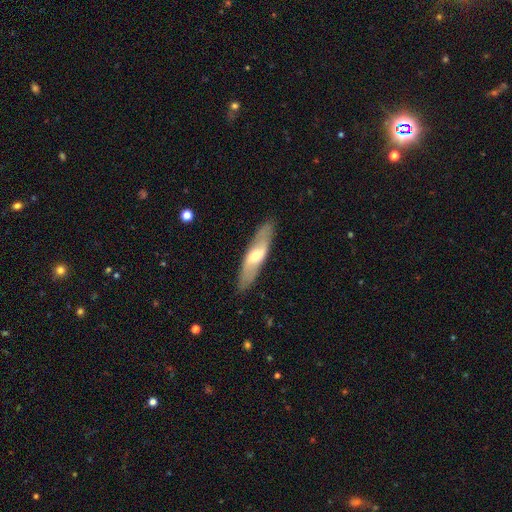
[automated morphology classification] Smooth or featured: featured or disk — 53% (smooth — 42%)
Edge-on disk: no — 64% (yes — 36%)
Merging: none — 86% (minor disturbance — 10%)